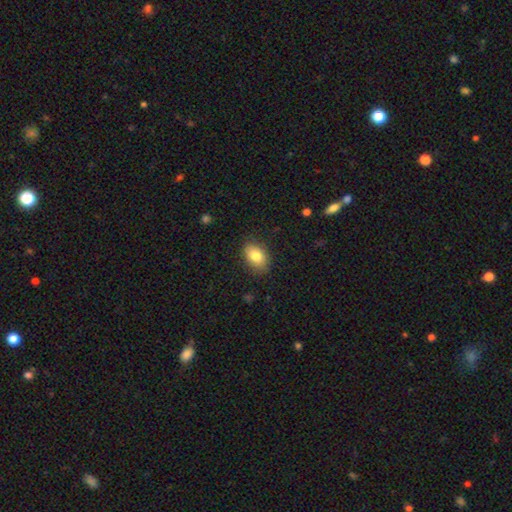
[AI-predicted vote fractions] Smooth or featured? smooth (81%)
How rounded? in between (82%)
Merging? none (85%)